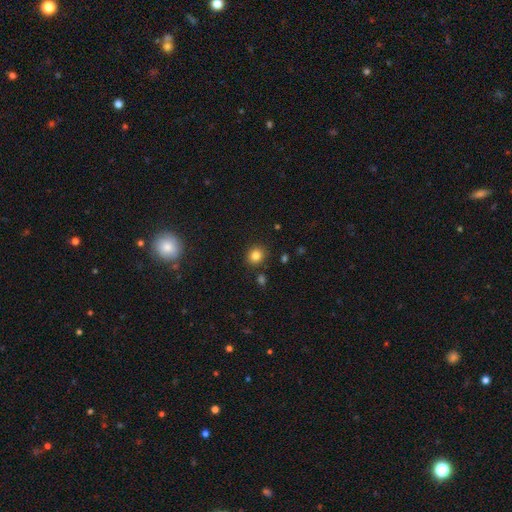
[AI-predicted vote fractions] Smooth or featured? Predicted: smooth (p=0.82). How rounded? Predicted: round (p=0.84). Merging? Predicted: none (p=0.87).